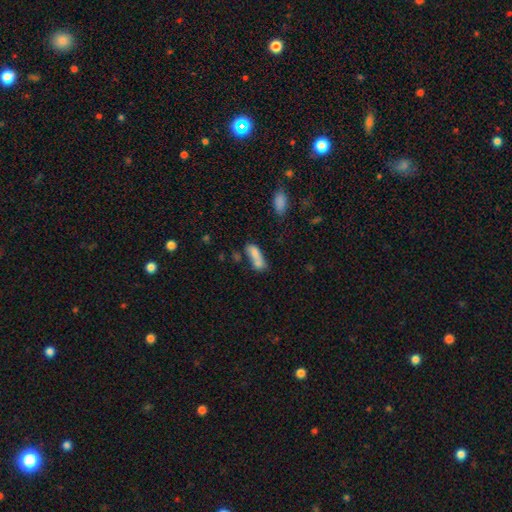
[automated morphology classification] smooth_or_featured: smooth (p=0.75) [alt: featured or disk p=0.16]
how_rounded: in between (p=0.68) [alt: cigar-shaped p=0.28]
merging: merger (p=0.48) [alt: none p=0.29]